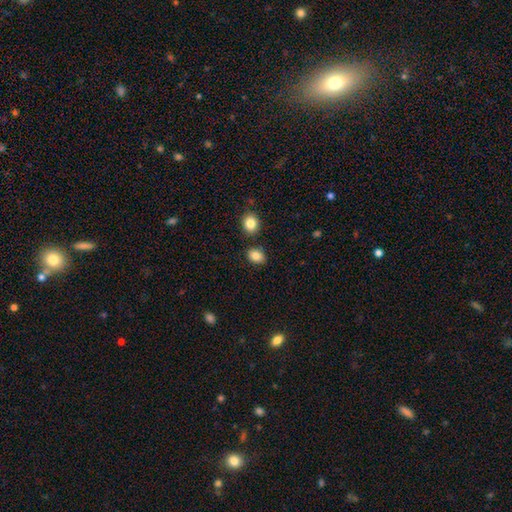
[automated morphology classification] Q: Smooth or featured?
A: smooth (84%); runner-up: star or artifact (9%)
Q: How rounded?
A: in between (66%); runner-up: round (33%)
Q: Merging?
A: none (81%); runner-up: minor disturbance (10%)